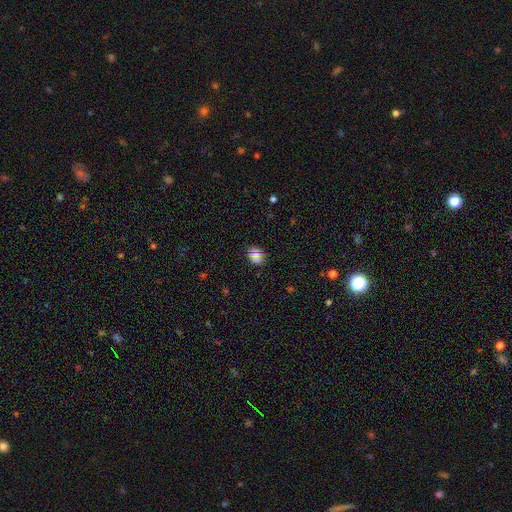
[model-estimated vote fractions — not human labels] A smooth galaxy with no disk features (65%) that is round (59%).

Vote fractions:
- Smooth or featured? smooth: 65% / star or artifact: 27% / featured or disk: 8%
- How rounded? round: 59% / in between: 39% / cigar-shaped: 2%
- Merging? none: 85% / minor disturbance: 9% / major disturbance: 3% / merger: 3%